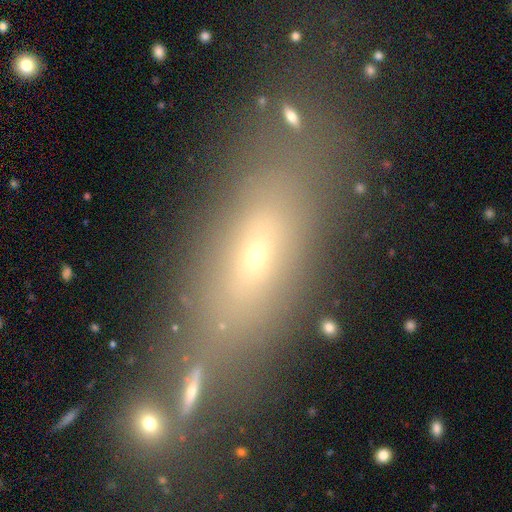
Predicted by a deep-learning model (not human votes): Q: Smooth or featured?
A: smooth (56%); runner-up: featured or disk (25%)
Q: How rounded?
A: in between (65%); runner-up: cigar-shaped (27%)
Q: Merging?
A: none (61%); runner-up: merger (16%)